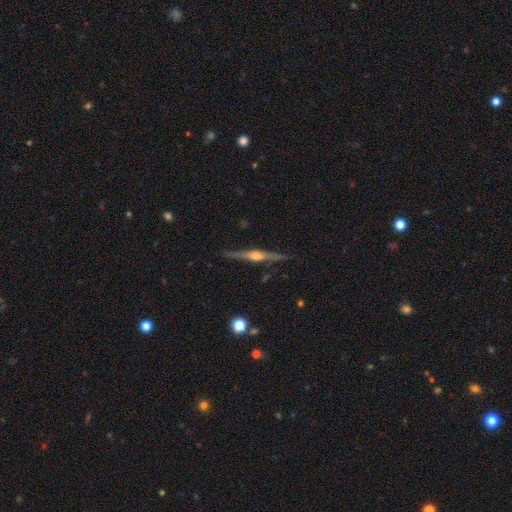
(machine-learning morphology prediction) Smooth or featured? featured or disk (81%)
Edge-on disk? yes (98%)
Edge-on bulge? rounded (85%)
Merging? none (88%)